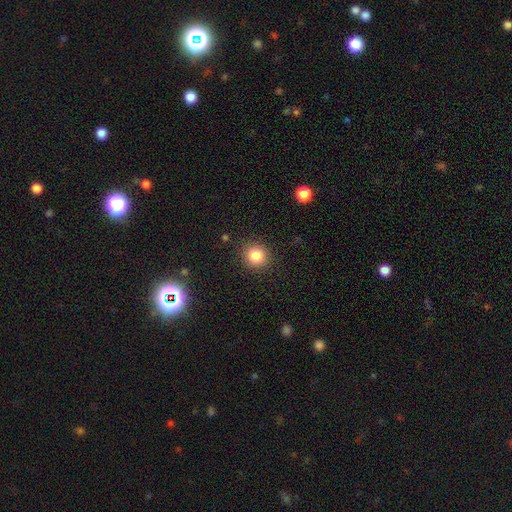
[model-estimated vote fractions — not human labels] Overall: smooth (84%). How rounded: round (89%). Merging: none (89%).